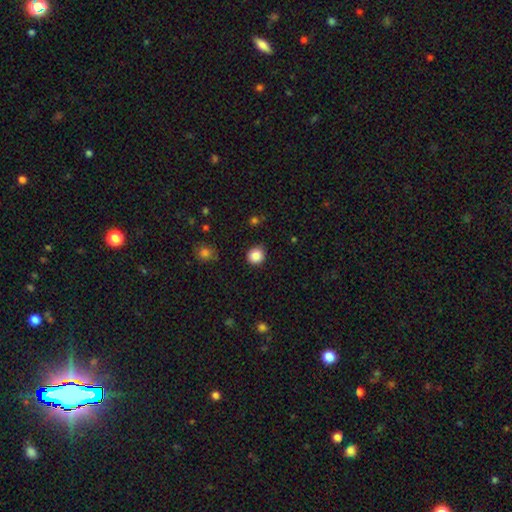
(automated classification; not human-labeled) smooth 87%, star or artifact 10%, featured or disk 3%. Down the decision tree: how rounded — round (89%); merging — none (88%).